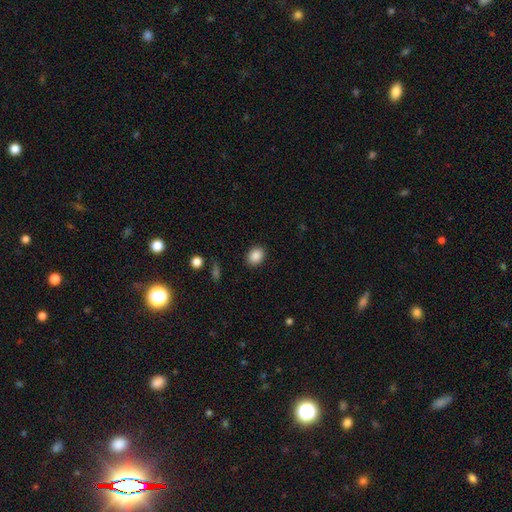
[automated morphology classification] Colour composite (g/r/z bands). It shows a smooth galaxy with no disk features (88%) that is in between round and cigar-shaped (53%). Merging: none (88%).